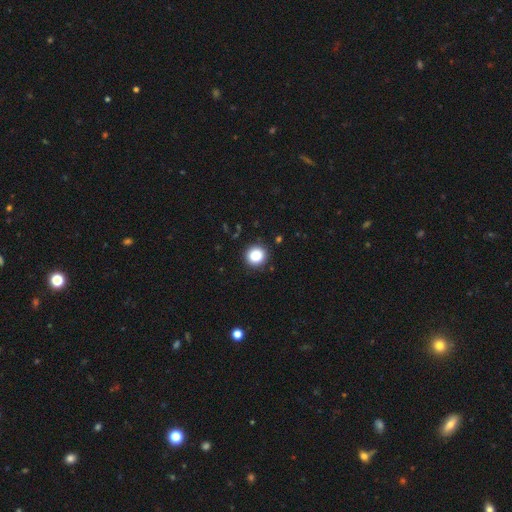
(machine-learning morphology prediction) This appears to be a smooth galaxy with no disk features (86%) that is round (92%). Merging: none (91%).